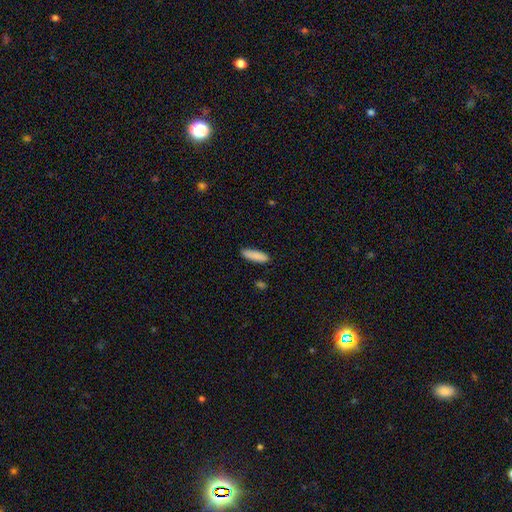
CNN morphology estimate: Smooth or featured? Predicted: smooth (p=0.88). How rounded? Predicted: cigar-shaped (p=0.61). Merging? Predicted: none (p=0.87).